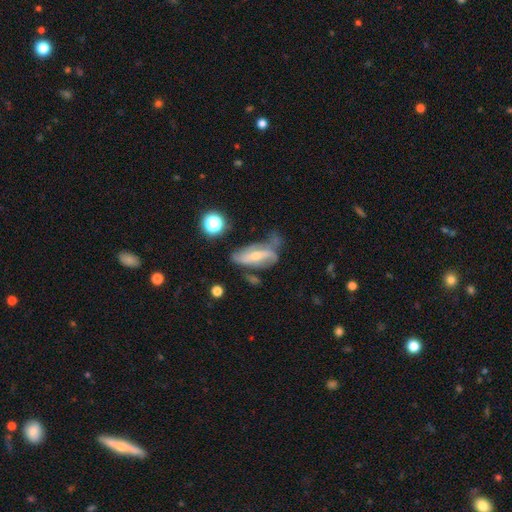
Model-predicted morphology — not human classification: Q: Smooth or featured?
A: featured or disk (66%); runner-up: smooth (26%)
Q: Edge-on disk?
A: no (84%); runner-up: yes (16%)
Q: Bar?
A: no (41%); runner-up: weak (31%)
Q: Spiral arms?
A: yes (76%); runner-up: no (24%)
Q: Bulge size?
A: small (50%); runner-up: moderate (44%)
Q: Merging?
A: none (35%); runner-up: minor disturbance (29%)